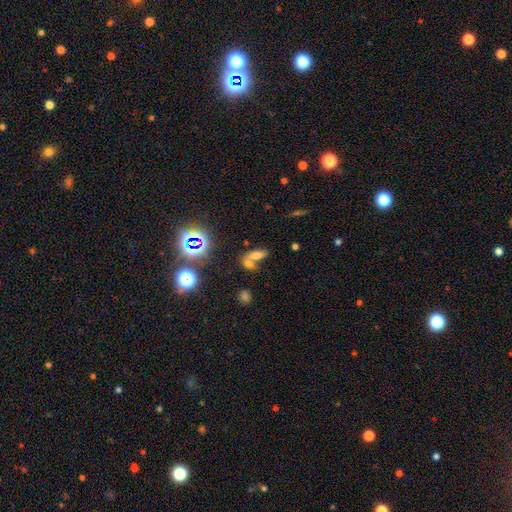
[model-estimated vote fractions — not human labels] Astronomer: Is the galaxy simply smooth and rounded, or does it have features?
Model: smooth — 60%.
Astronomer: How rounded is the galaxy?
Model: in between — 78%.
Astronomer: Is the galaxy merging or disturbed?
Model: merger — 58%.